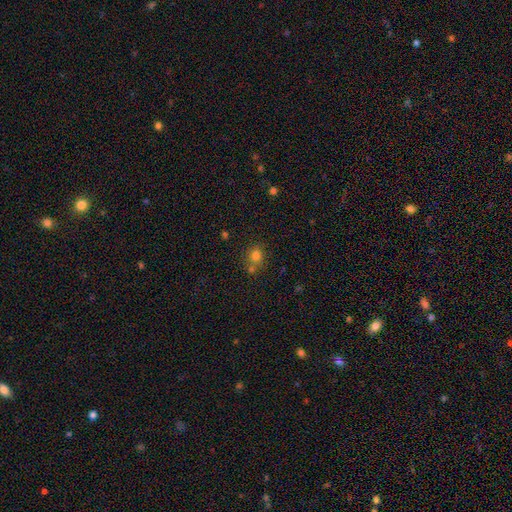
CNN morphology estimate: type=smooth (77%); roundness=round (77%); merging=none (65%).